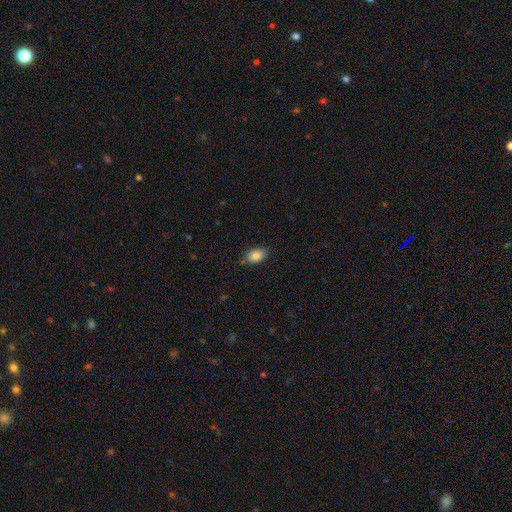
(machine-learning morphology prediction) smooth 87%, star or artifact 8%, featured or disk 5%. Down the decision tree: how rounded — in between (89%); merging — none (82%).